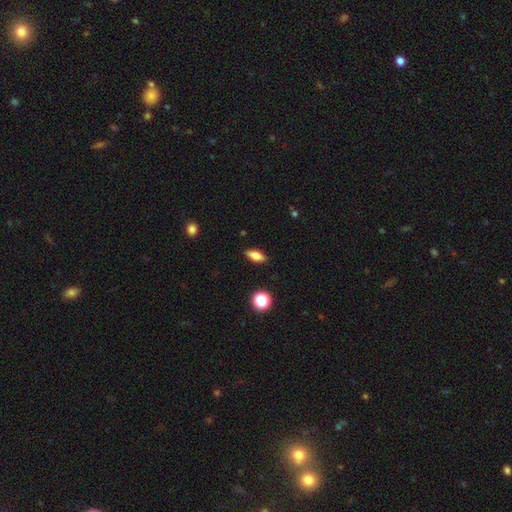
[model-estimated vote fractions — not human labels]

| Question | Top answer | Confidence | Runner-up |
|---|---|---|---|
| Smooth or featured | smooth | 68% | featured or disk (23%) |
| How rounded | in between | 73% | cigar-shaped (21%) |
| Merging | none | 87% | minor disturbance (9%) |